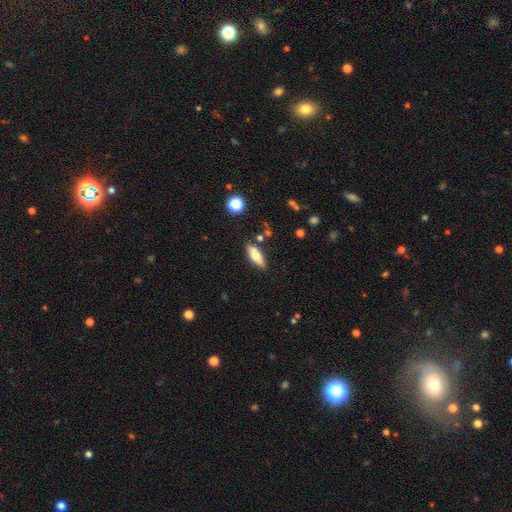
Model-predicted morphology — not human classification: smooth_or_featured: smooth (p=0.55) [alt: featured or disk p=0.38]
how_rounded: in between (p=0.62) [alt: cigar-shaped p=0.35]
merging: none (p=0.80) [alt: minor disturbance p=0.12]